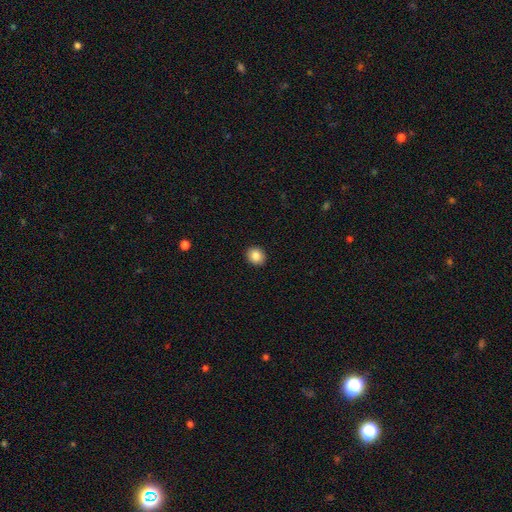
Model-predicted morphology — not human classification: Overall: smooth (86%). How rounded: round (78%). Merging: none (92%).